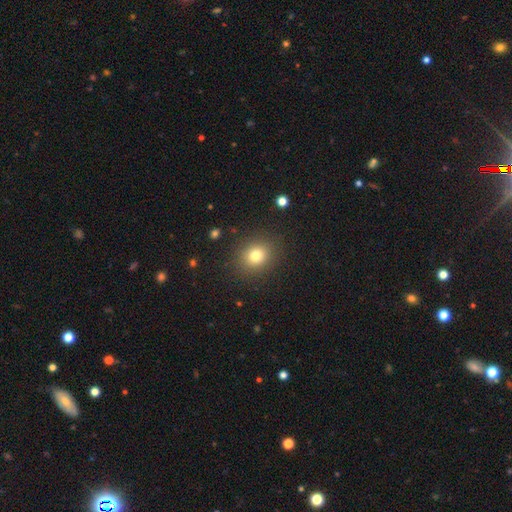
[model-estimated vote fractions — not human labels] A smooth galaxy with no disk features (77%) that is round (72%).

Vote fractions:
- Smooth or featured? smooth: 77% / star or artifact: 14% / featured or disk: 9%
- How rounded? round: 72% / in between: 27% / cigar-shaped: 1%
- Merging? none: 88% / minor disturbance: 8% / major disturbance: 3% / merger: 1%